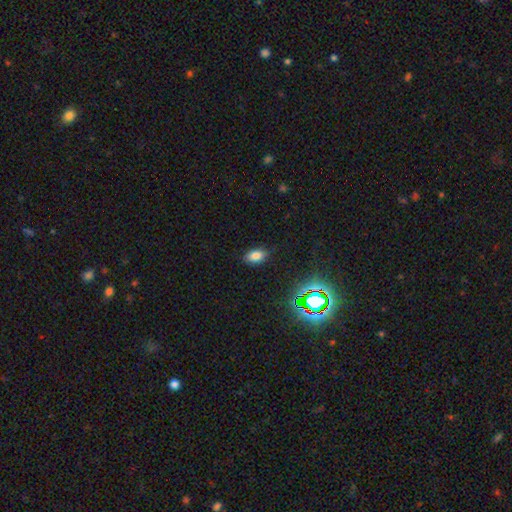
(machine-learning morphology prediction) Overall: smooth (76%). How rounded: in between (90%). Merging: none (84%).